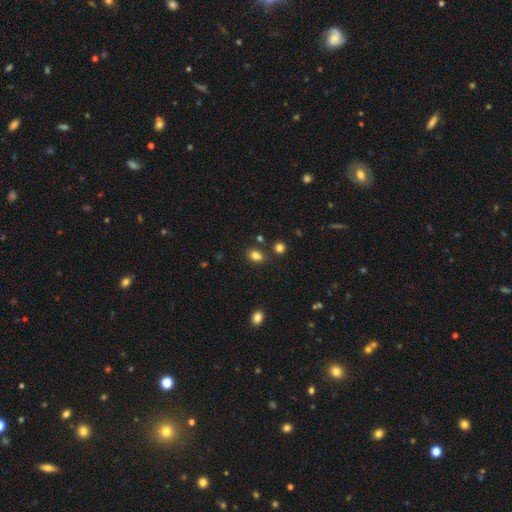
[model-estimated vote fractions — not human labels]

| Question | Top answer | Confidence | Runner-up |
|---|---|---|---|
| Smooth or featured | smooth | 81% | star or artifact (13%) |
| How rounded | in between | 65% | round (34%) |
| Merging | none | 73% | minor disturbance (13%) |